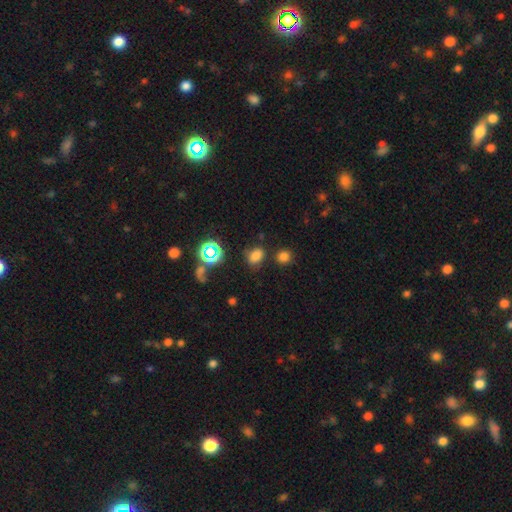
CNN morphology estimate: Smooth or featured: smooth — 68% (star or artifact — 23%)
How rounded: in between — 63% (round — 35%)
Merging: none — 67% (minor disturbance — 18%)